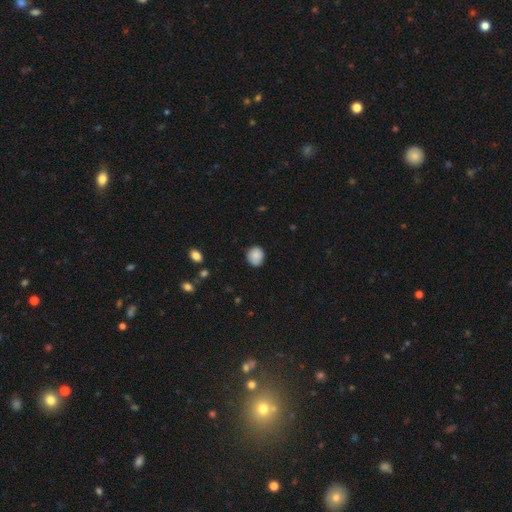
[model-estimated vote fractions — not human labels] This is clearly a smooth galaxy (87%). How rounded: likely round (79%). Merging: clearly none (84%).